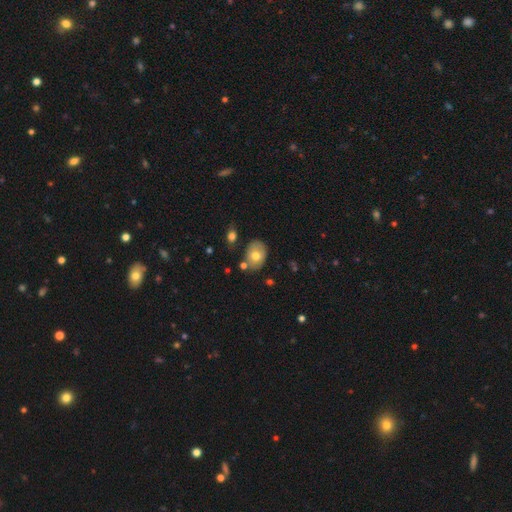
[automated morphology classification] This is likely a smooth galaxy (70%). How rounded: likely in between (69%). Merging: likely none (69%).